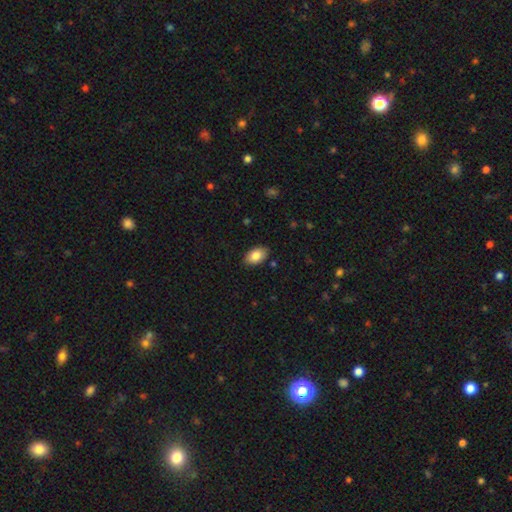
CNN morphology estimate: A smooth galaxy with no disk features (85%) that is in between round and cigar-shaped (92%). Merging: none (87%).